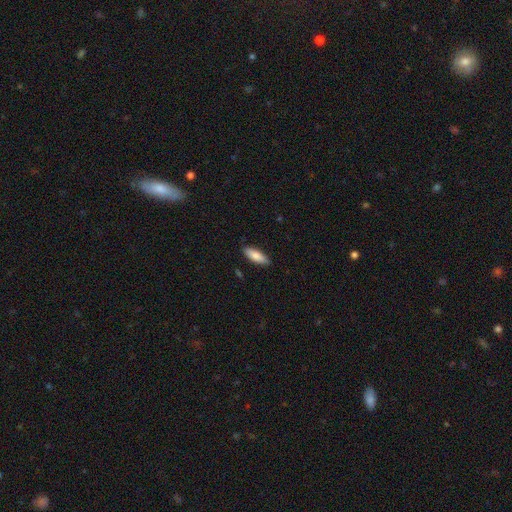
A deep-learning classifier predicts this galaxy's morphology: A smooth galaxy with no disk features (83%) that is in between round and cigar-shaped (63%). Merging: none (88%).